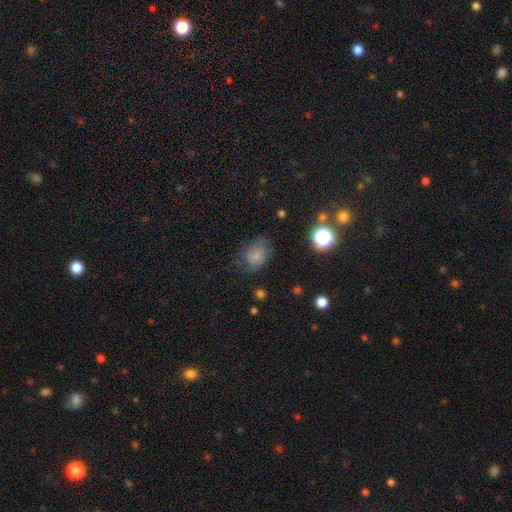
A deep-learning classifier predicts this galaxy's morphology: Smooth or featured? smooth (71%)
How rounded? in between (57%)
Merging? none (56%)